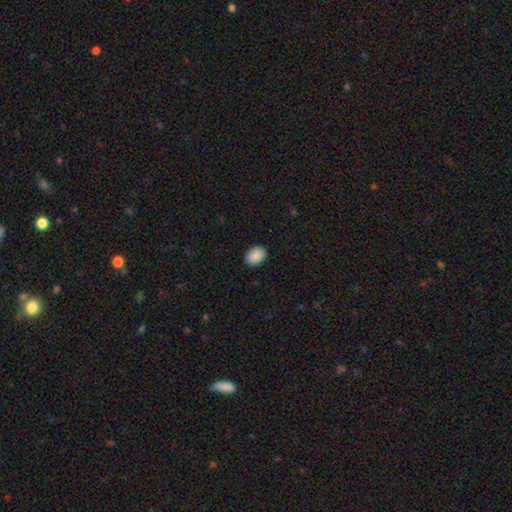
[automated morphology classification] A smooth galaxy with no disk features (90%) that is in between round and cigar-shaped (75%).

Vote fractions:
- Smooth or featured? smooth: 90% / star or artifact: 7% / featured or disk: 3%
- How rounded? in between: 75% / round: 24% / cigar-shaped: 1%
- Merging? none: 89% / minor disturbance: 8% / major disturbance: 2% / merger: 1%